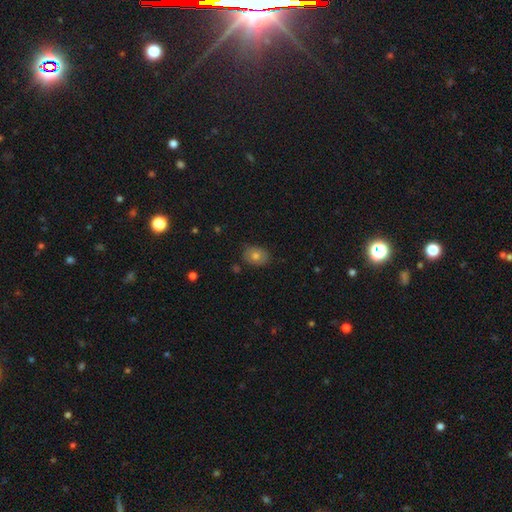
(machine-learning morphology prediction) Overall: smooth (67%). How rounded: in between (61%; round 38%). Merging: none (83%).